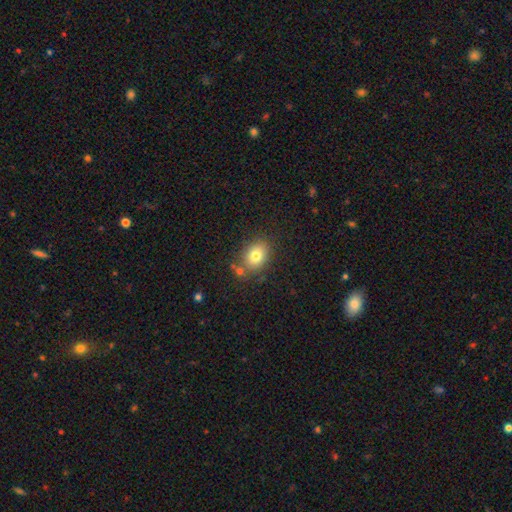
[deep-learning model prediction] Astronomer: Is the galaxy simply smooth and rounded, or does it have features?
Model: smooth — 78%.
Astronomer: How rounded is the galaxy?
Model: in between — 61% (runner-up: round, 38%).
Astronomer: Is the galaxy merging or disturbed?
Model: none — 75%.